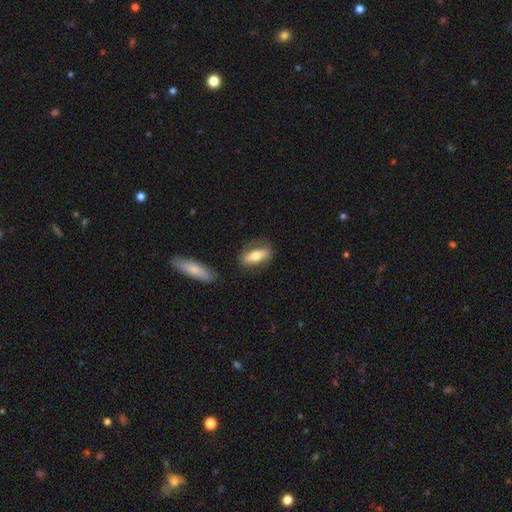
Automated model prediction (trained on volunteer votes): Morphology: type=smooth (62%); roundness=in between (64%); merging=none (77%).